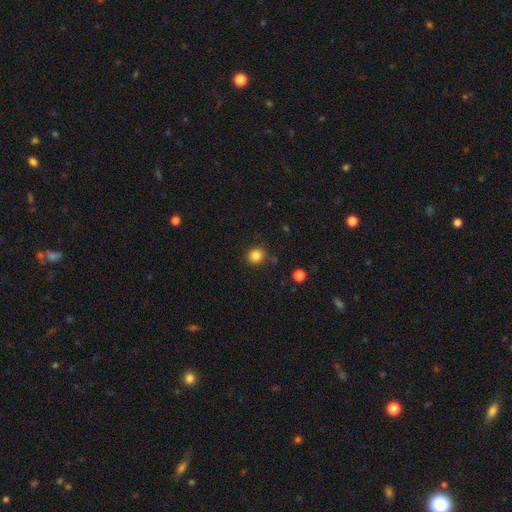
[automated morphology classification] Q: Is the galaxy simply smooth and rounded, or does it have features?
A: smooth — 84%.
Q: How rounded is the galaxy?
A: round — 88%.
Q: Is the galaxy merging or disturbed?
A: none — 86%.